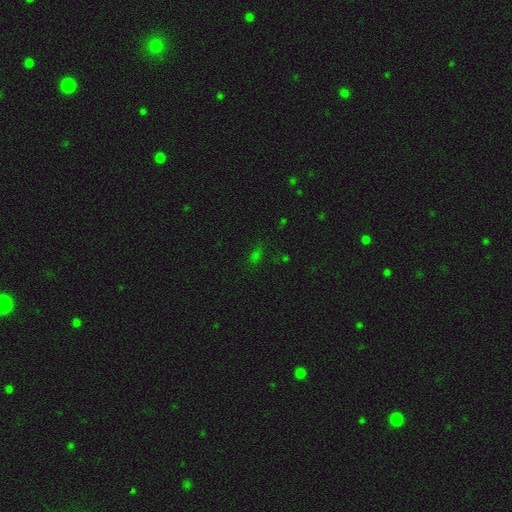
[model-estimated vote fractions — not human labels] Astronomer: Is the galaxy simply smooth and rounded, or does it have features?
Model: smooth — 48% (runner-up: star or artifact, 43%).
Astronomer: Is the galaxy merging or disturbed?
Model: none — 75%.